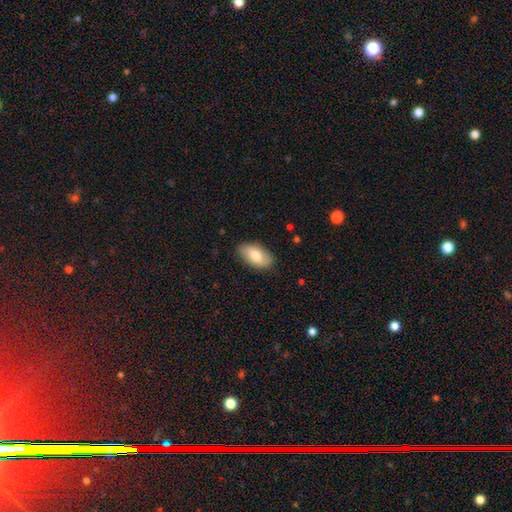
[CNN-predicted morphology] A smooth galaxy with no disk features (76%) that is in between round and cigar-shaped (94%).

Vote fractions:
- Smooth or featured? smooth: 76% / featured or disk: 18% / star or artifact: 6%
- How rounded? in between: 94% / round: 3% / cigar-shaped: 3%
- Merging? none: 85% / minor disturbance: 11% / major disturbance: 2% / merger: 1%